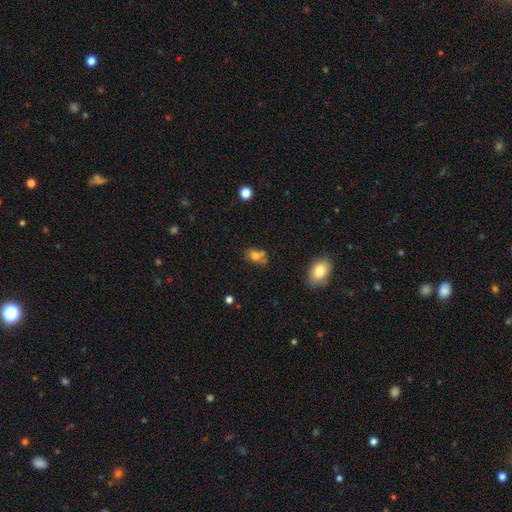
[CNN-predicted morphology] Smooth or featured?
  - smooth: 72% *
  - featured or disk: 14%
  - star or artifact: 13%
How rounded?
  - in between: 67% *
  - round: 31%
  - cigar-shaped: 2%
Merging?
  - none: 47% *
  - merger: 30%
  - minor disturbance: 17%
  - major disturbance: 6%